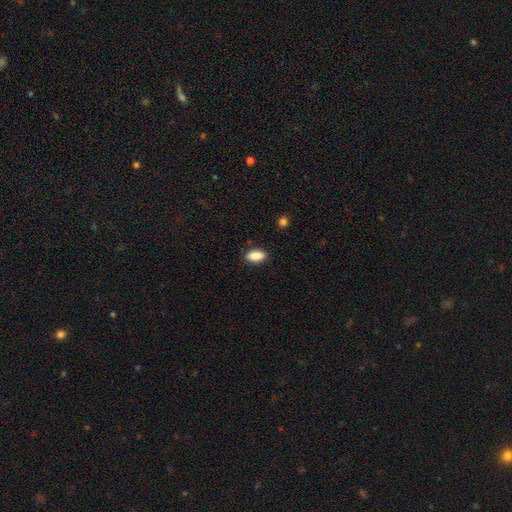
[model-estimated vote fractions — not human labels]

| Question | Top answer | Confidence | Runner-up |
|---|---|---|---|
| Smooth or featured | smooth | 89% | star or artifact (7%) |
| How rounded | in between | 88% | cigar-shaped (9%) |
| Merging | none | 86% | minor disturbance (10%) |